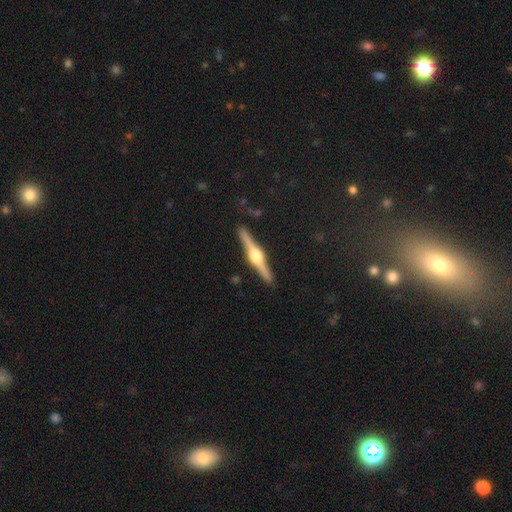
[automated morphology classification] A featured or disk galaxy (82%) viewed edge-on (98%) with a rounded central bulge (95%).

Vote fractions:
- Smooth or featured? featured or disk: 82% / smooth: 13% / star or artifact: 5%
- Edge-on disk? yes: 98% / no: 2%
- Edge-on bulge? rounded: 95% / boxy: 4% / none: 2%
- Merging? none: 91% / minor disturbance: 7% / major disturbance: 1% / merger: 1%